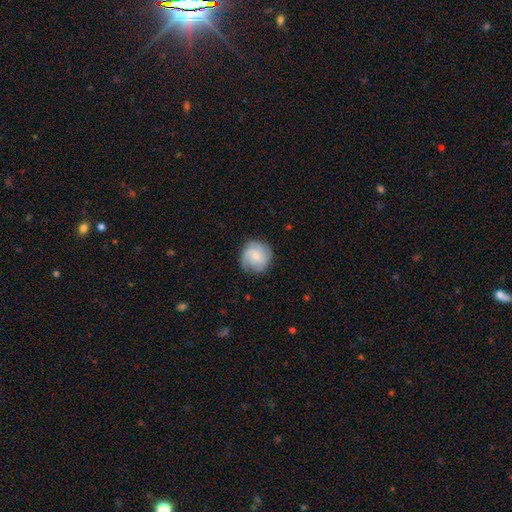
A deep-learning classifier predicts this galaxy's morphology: smooth_or_featured: featured or disk (p=0.49) [alt: smooth p=0.44]
merging: none (p=0.79) [alt: minor disturbance p=0.15]